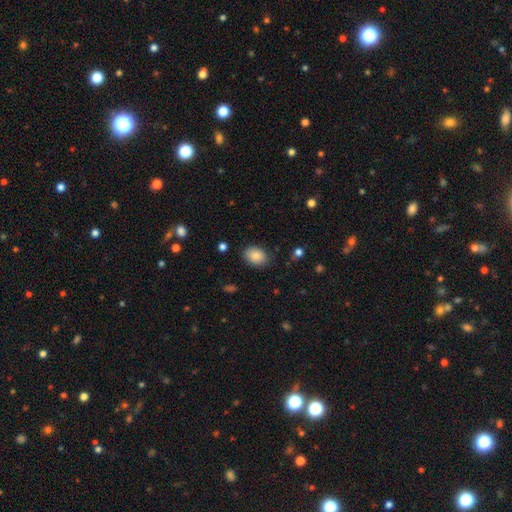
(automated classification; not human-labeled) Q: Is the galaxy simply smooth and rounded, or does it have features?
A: smooth — 86%.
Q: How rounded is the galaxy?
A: in between — 72%.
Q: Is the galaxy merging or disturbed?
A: none — 84%.